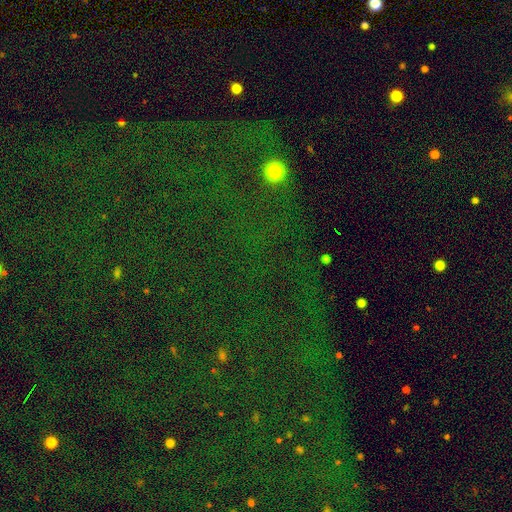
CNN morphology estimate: star or artifact 81%, smooth 11%, featured or disk 9%.